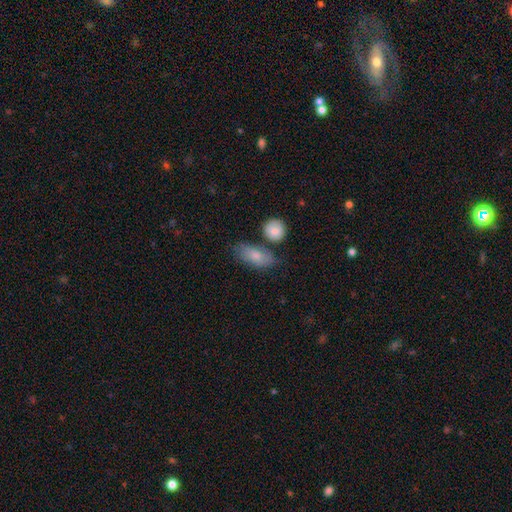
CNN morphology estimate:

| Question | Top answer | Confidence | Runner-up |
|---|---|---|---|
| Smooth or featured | smooth | 80% | featured or disk (14%) |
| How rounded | in between | 85% | round (8%) |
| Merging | none | 59% | minor disturbance (21%) |